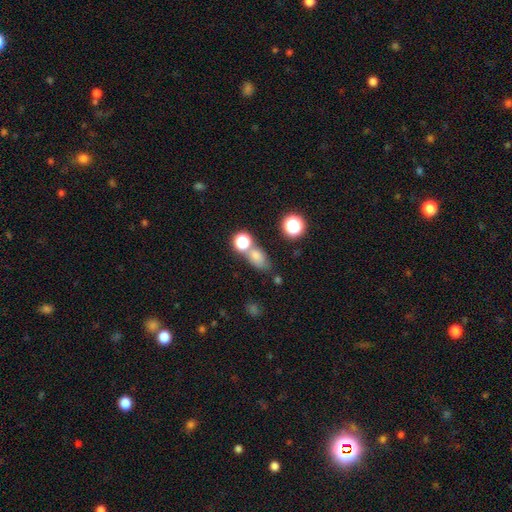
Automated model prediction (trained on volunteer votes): The model was most divided on "merging": none: 53%, merger: 27%, minor disturbance: 14%, major disturbance: 6%. More confident: smooth or featured — smooth (72%); how rounded — in between (66%).